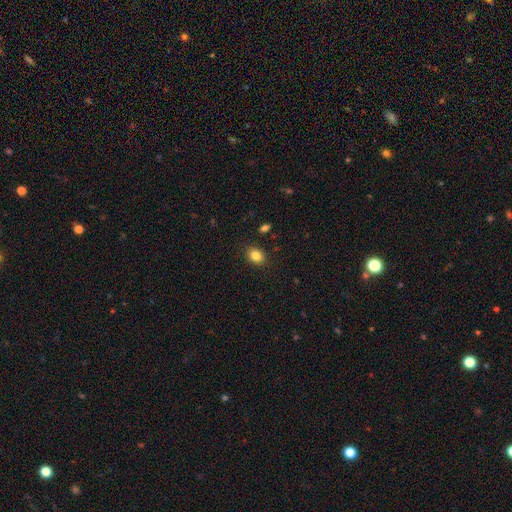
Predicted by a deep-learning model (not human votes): This appears to be a smooth galaxy with no disk features (84%) that is in between round and cigar-shaped (60%). Merging: none (89%).